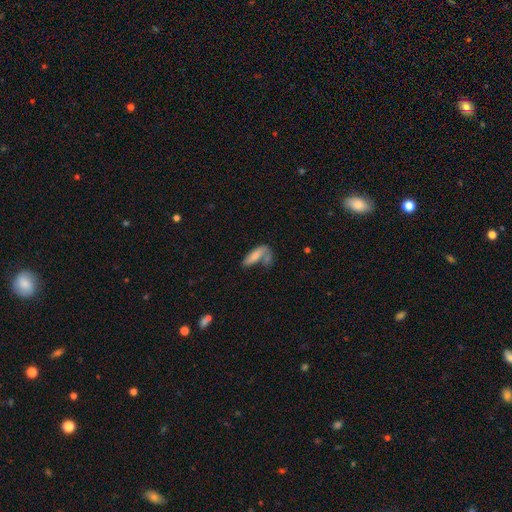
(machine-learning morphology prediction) smooth 72%, featured or disk 20%, star or artifact 8%. Down the decision tree: how rounded — in between (54%); merging — merger (35%).